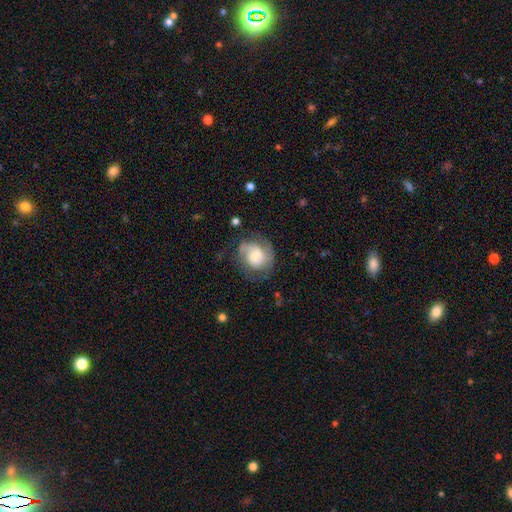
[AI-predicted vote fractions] smooth_or_featured: featured or disk (p=0.61) [alt: smooth p=0.32]
disk_edge_on: no (p=0.98) [alt: yes p=0.02]
bar: no (p=0.63) [alt: weak p=0.31]
has_spiral_arms: yes (p=0.87) [alt: no p=0.13]
spiral_winding: medium (p=0.41) [tied with: tight p=0.41]
spiral_arm_count: 2 (p=0.57) [alt: can't tell p=0.19]
bulge_size: moderate (p=0.41) [alt: small p=0.39]
merging: none (p=0.62) [alt: minor disturbance p=0.22]